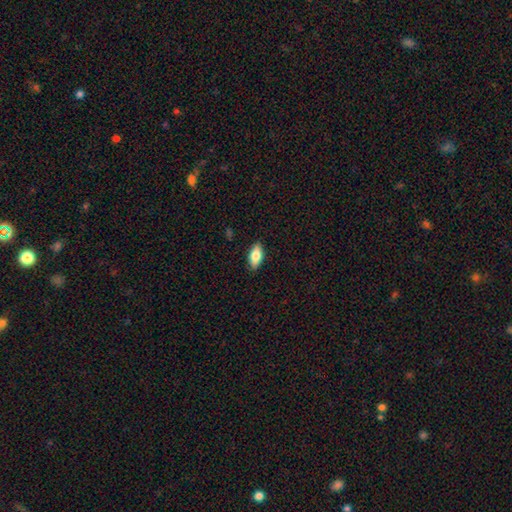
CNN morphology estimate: This appears to be a smooth galaxy with no disk features (75%) that is in between round and cigar-shaped (85%). Merging: none (88%).